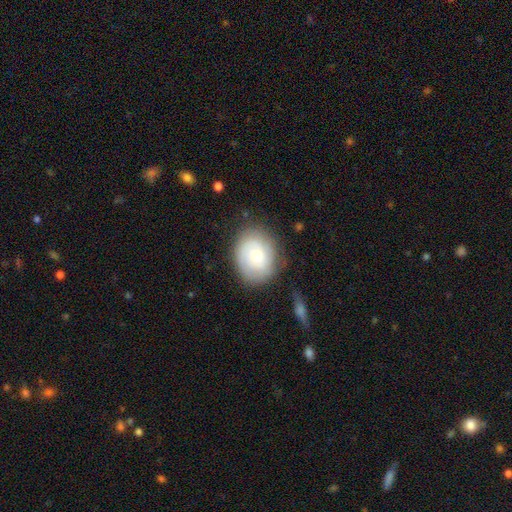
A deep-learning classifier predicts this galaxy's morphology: smooth_or_featured: smooth (p=0.52) [alt: featured or disk p=0.41]
how_rounded: round (p=0.61) [alt: in between p=0.38]
merging: none (p=0.76) [alt: minor disturbance p=0.16]